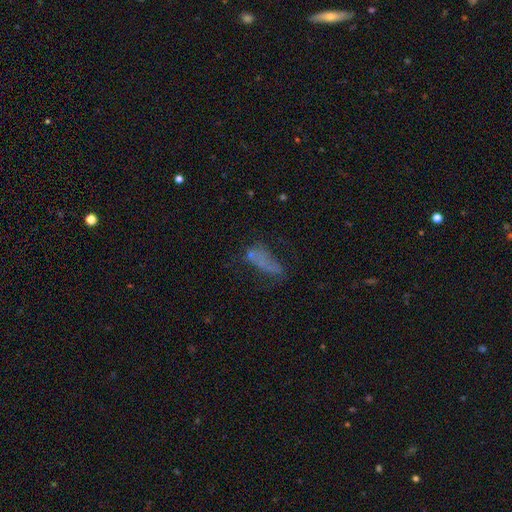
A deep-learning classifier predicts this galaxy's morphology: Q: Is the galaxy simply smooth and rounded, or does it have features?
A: smooth — 54%.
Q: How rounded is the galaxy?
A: in between — 74%.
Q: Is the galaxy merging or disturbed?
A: none — 34%.